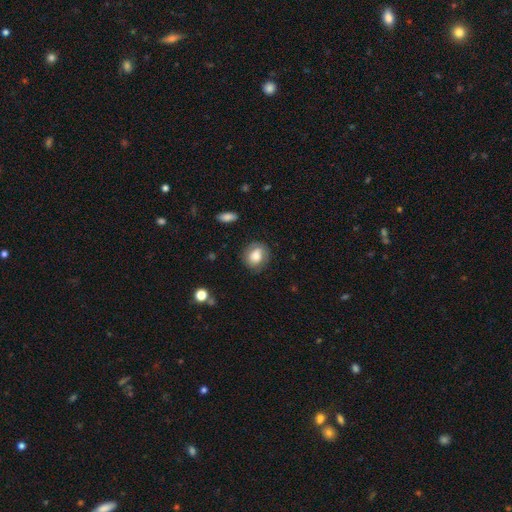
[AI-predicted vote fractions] Morphology: type=smooth (70%); roundness=round (69%); merging=none (76%).